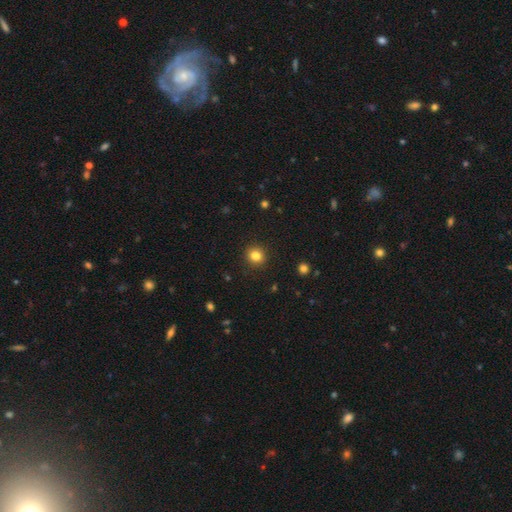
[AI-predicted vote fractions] smooth-or-featured: smooth: 82% | star or artifact: 12% | featured or disk: 6%
  how-rounded: round: 88% | in between: 11% | cigar-shaped: 1%
  merging: none: 91% | minor disturbance: 6% | major disturbance: 2% | merger: 1%